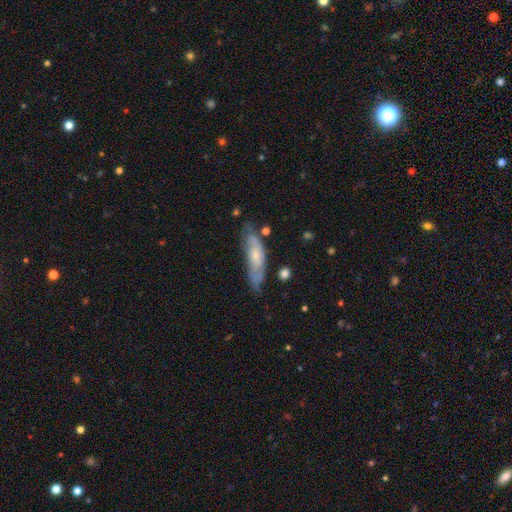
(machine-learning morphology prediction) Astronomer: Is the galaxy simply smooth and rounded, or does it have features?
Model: featured or disk — 53% (runner-up: smooth, 40%).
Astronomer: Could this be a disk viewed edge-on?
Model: no — 71%.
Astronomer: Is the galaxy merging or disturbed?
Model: none — 55%.